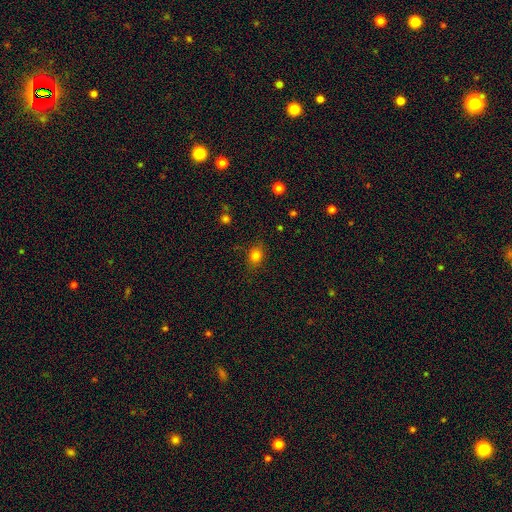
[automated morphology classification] Smooth or featured? Predicted: smooth (p=0.79). How rounded? Predicted: in between (p=0.54). Merging? Predicted: none (p=0.80).